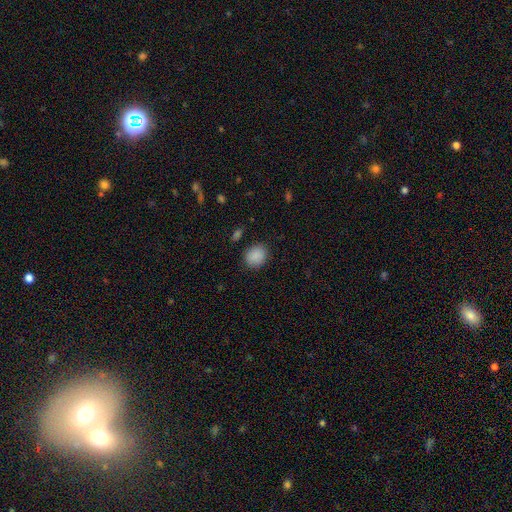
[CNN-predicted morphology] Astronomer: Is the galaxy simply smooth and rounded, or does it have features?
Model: smooth — 88%.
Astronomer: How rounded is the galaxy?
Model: round — 63%.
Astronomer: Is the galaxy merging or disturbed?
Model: none — 83%.